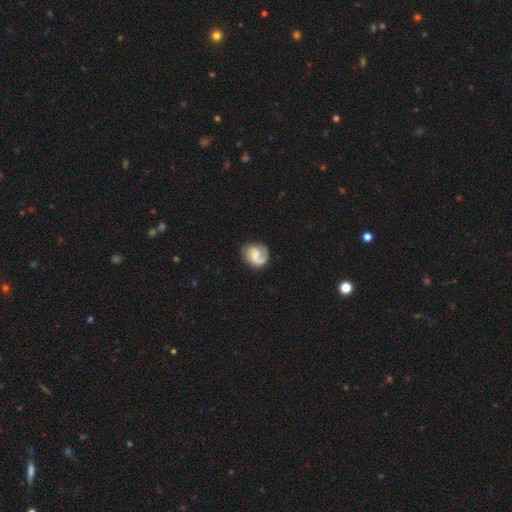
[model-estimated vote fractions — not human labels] A featured or disk galaxy (66%) with no bar (60%), 1 (56%) tight (39%) spiral arms (93%) and a small central bulge (37%).

Vote fractions:
- Smooth or featured? featured or disk: 66% / smooth: 28% / star or artifact: 6%
- Edge-on disk? no: 98% / yes: 2%
- Bar? no: 60% / weak: 34% / strong: 6%
- Spiral arms? yes: 93% / no: 7%
- Spiral winding? tight: 39% / medium: 38% / loose: 23%
- Spiral arm count? 1: 56% / 2: 35% / can't tell: 6% / 3: 1% / 4: 1% / more than 4: 1%
- Bulge size? small: 37% / moderate: 30% / none: 22% / large: 9% / dominant: 2%
- Merging? none: 70% / minor disturbance: 18% / major disturbance: 10% / merger: 2%